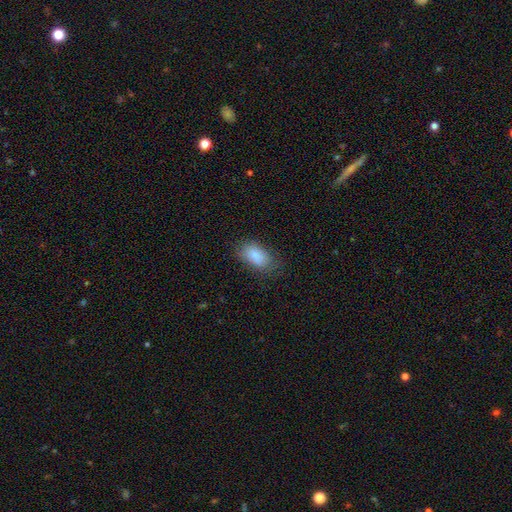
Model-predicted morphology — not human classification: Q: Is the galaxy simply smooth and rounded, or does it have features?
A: smooth — 87%.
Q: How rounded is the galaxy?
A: in between — 92%.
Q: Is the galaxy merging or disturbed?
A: none — 70%.